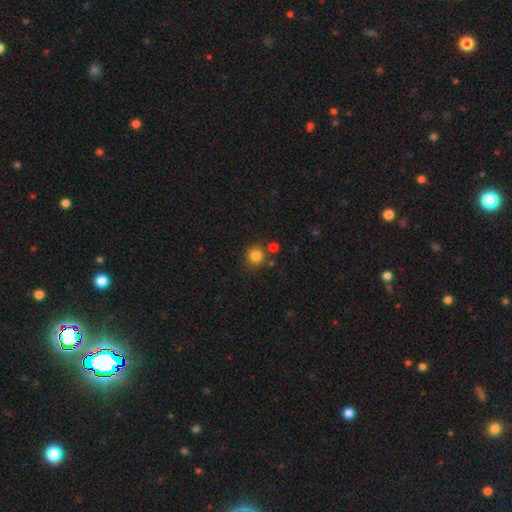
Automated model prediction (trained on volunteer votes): Smooth or featured? Predicted: smooth (p=0.82). How rounded? Predicted: round (p=0.91). Merging? Predicted: none (p=0.77).